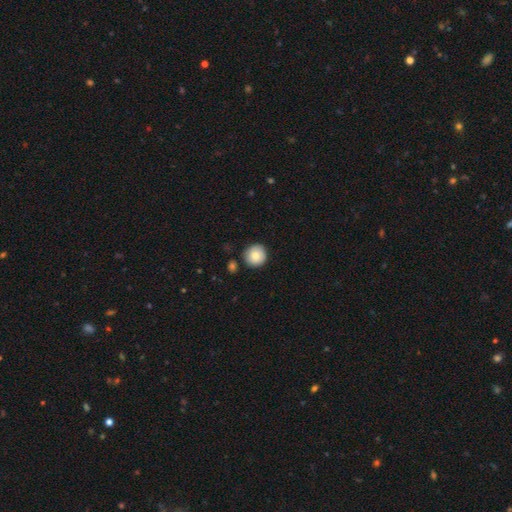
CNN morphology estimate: A smooth galaxy with no disk features (82%) that is round (94%).

Vote fractions:
- Smooth or featured? smooth: 82% / featured or disk: 10% / star or artifact: 8%
- How rounded? round: 94% / in between: 5% / cigar-shaped: 1%
- Merging? none: 86% / minor disturbance: 9% / merger: 3% / major disturbance: 2%